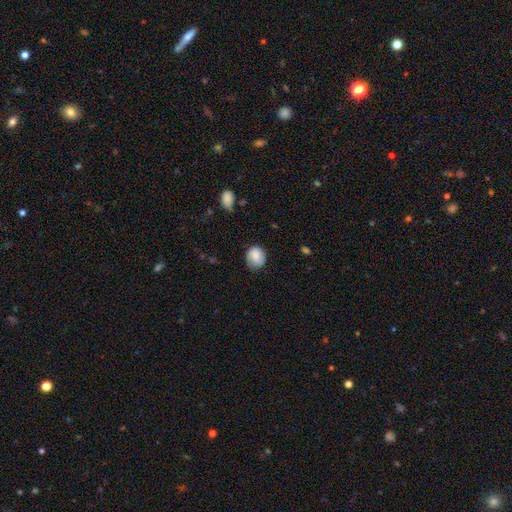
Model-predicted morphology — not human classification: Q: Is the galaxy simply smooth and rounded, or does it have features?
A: smooth — 73%.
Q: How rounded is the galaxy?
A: round — 69%.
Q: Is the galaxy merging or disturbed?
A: none — 72%.